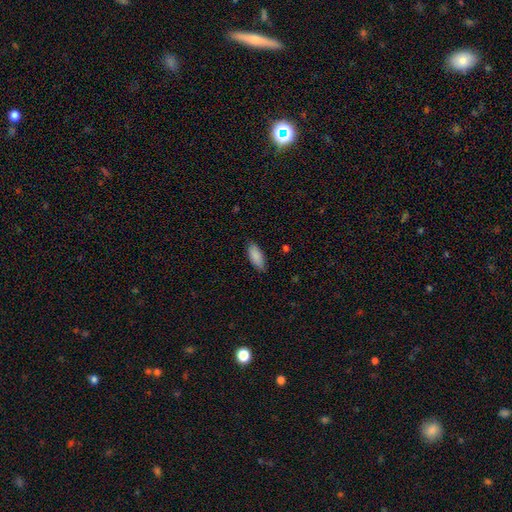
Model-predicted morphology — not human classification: The model was most divided on "merging": none: 82%, minor disturbance: 15%, major disturbance: 2%, merger: 1%. More confident: smooth or featured — smooth (88%); how rounded — in between (83%).